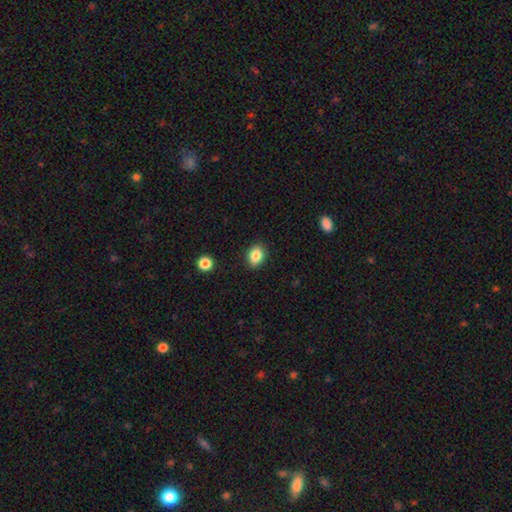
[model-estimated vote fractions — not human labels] Smooth or featured? smooth (85%)
How rounded? in between (69%)
Merging? none (88%)